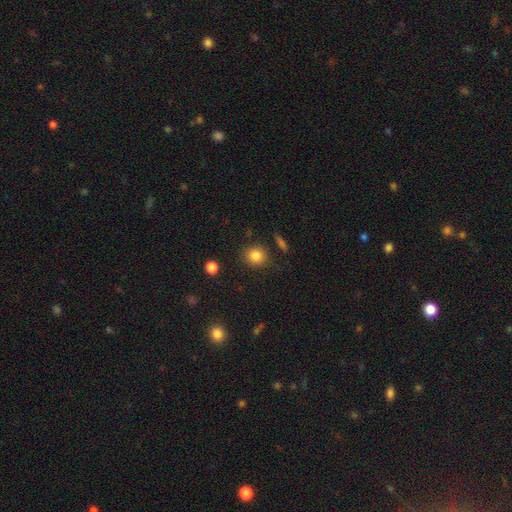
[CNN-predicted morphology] smooth 84%, star or artifact 10%, featured or disk 6%. Down the decision tree: how rounded — round (80%); merging — none (83%).